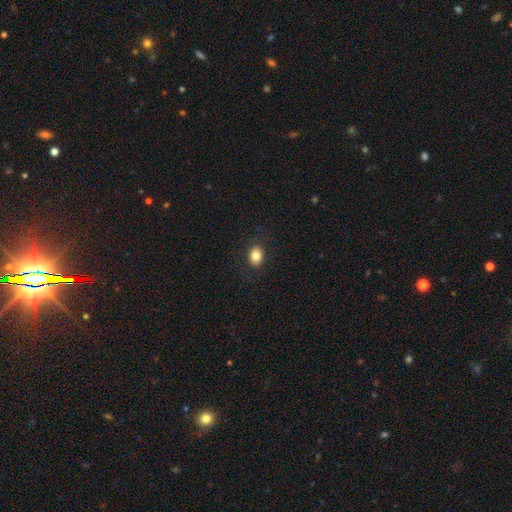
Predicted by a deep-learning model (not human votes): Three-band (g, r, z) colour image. It shows a smooth galaxy with no disk features (83%) that is in between round and cigar-shaped (64%). Merging: none (88%).